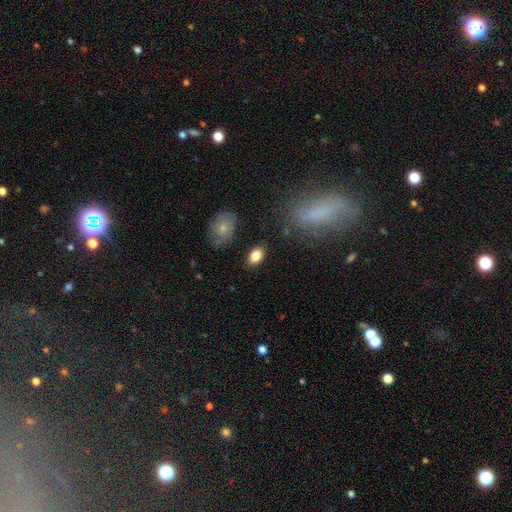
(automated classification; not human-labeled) Smooth or featured? Predicted: smooth (p=0.83). How rounded? Predicted: in between (p=0.89). Merging? Predicted: none (p=0.84).